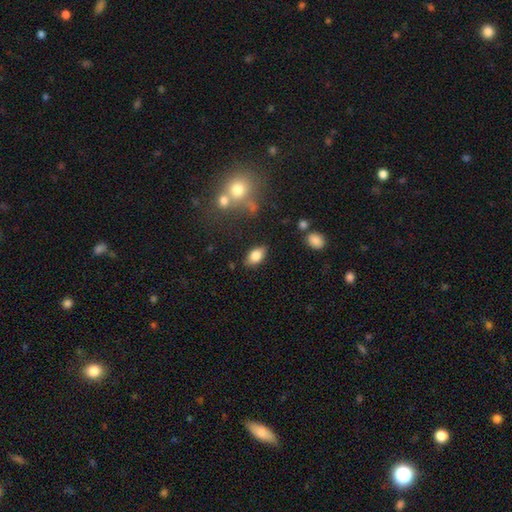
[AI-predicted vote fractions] A smooth galaxy with no disk features (78%) that is in between round and cigar-shaped (89%). Merging: none (82%).